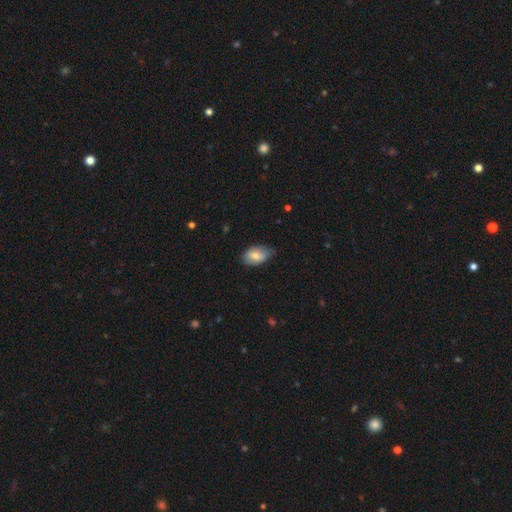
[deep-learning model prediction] Overall: smooth (77%). How rounded: in between (91%). Merging: none (59%; minor disturbance 34%).